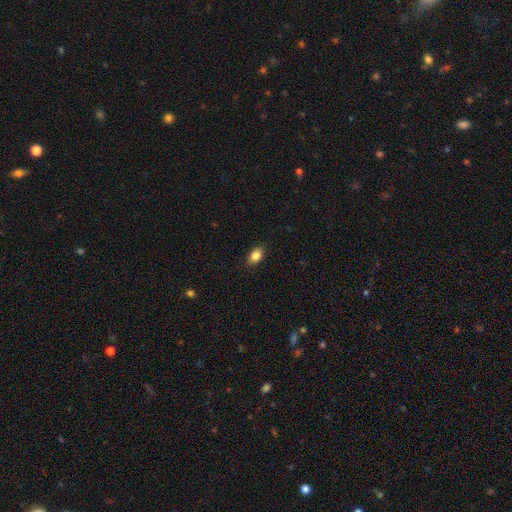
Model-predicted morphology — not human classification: smooth 85%, star or artifact 9%, featured or disk 7%. Down the decision tree: how rounded — in between (83%); merging — none (86%).